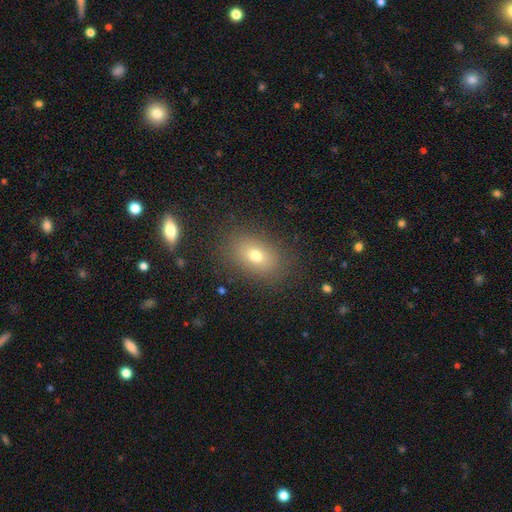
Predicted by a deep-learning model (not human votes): smooth_or_featured: smooth (p=0.73) [alt: featured or disk p=0.14]
how_rounded: in between (p=0.78) [alt: round p=0.20]
merging: none (p=0.85) [alt: minor disturbance p=0.09]